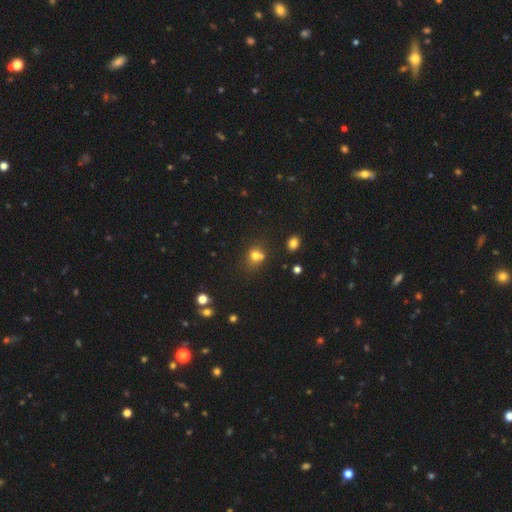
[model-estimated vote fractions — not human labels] A smooth galaxy with no disk features (73%) that is round (69%).

Vote fractions:
- Smooth or featured? smooth: 73% / star or artifact: 17% / featured or disk: 11%
- How rounded? round: 69% / in between: 30% / cigar-shaped: 1%
- Merging? none: 49% / merger: 31% / minor disturbance: 14% / major disturbance: 6%